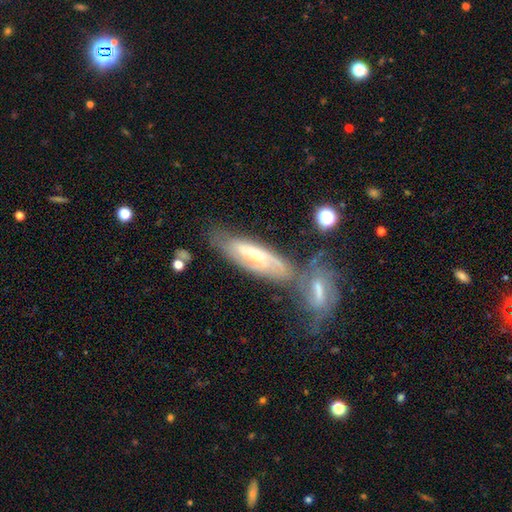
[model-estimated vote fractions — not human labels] This appears to be a featured or disk galaxy (69%) with a weak bar (42%), spiral arms (90%) and a small central bulge (48%). Merging: none (46%).